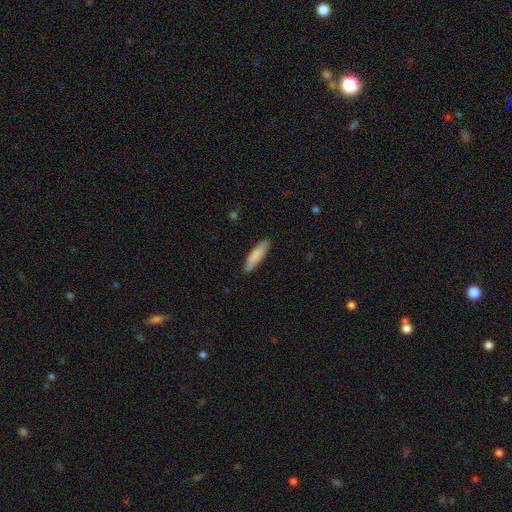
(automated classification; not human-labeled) Smooth or featured? Predicted: smooth (p=0.85). How rounded? Predicted: cigar-shaped (p=0.64). Merging? Predicted: none (p=0.84).